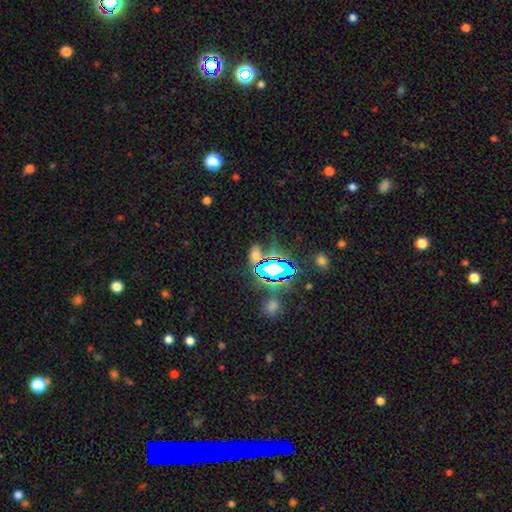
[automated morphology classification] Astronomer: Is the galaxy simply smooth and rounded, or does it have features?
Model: star or artifact — 51% (runner-up: smooth, 37%).